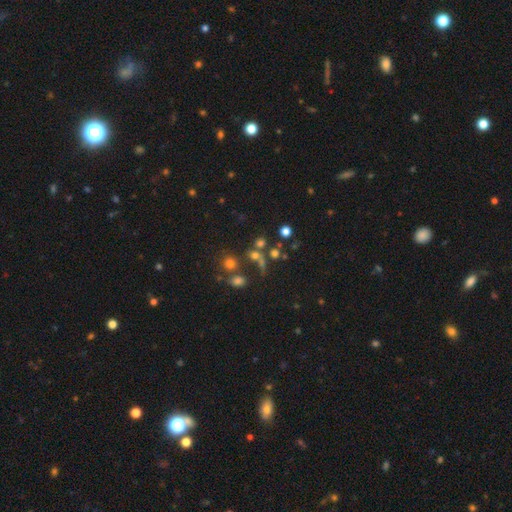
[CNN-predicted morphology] type=smooth (59%); roundness=round (76%); merging=none (46%).